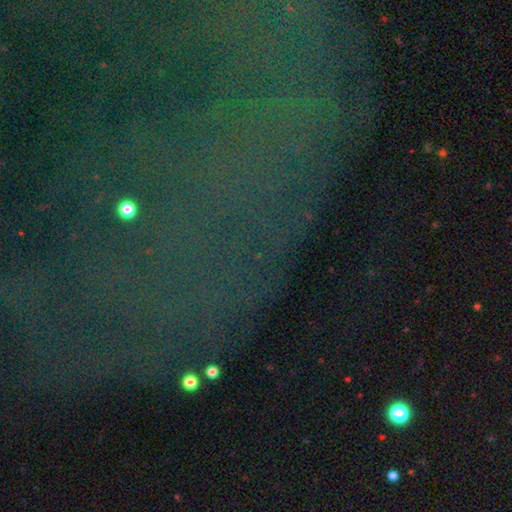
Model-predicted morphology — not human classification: star or artifact 79%, smooth 11%, featured or disk 10%.